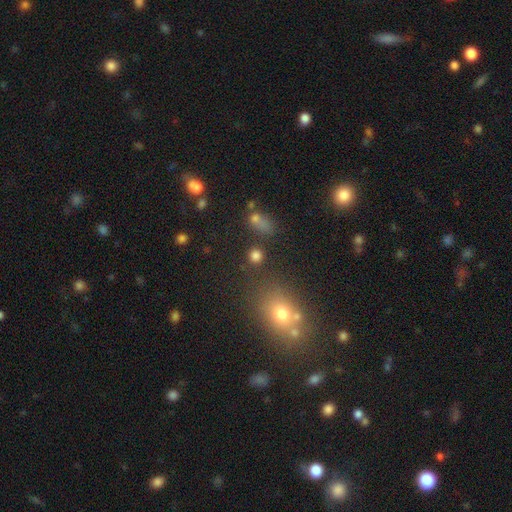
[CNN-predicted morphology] smooth-or-featured: smooth: 79% | star or artifact: 15% | featured or disk: 6%
  how-rounded: round: 84% | in between: 14% | cigar-shaped: 2%
  merging: none: 77% | minor disturbance: 9% | merger: 9% | major disturbance: 5%